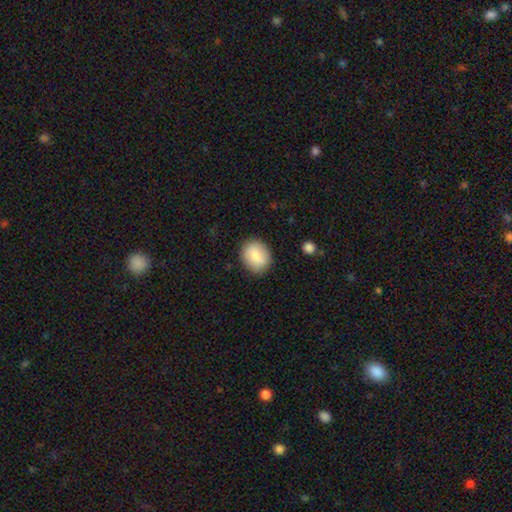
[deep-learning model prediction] Smooth or featured? Predicted: smooth (p=0.82). How rounded? Predicted: round (p=0.55). Merging? Predicted: none (p=0.84).